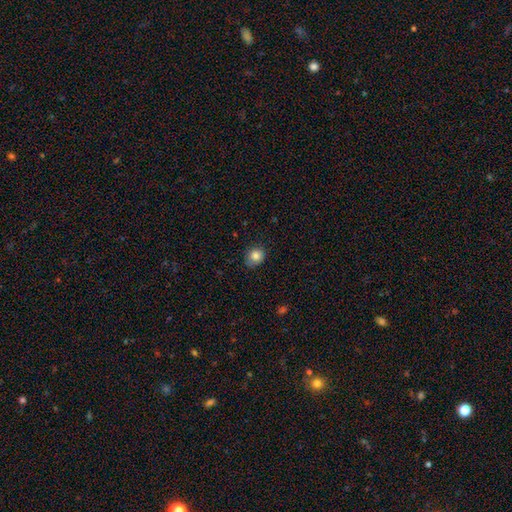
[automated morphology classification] smooth 83%, star or artifact 10%, featured or disk 7%. Down the decision tree: how rounded — round (68%); merging — none (80%).